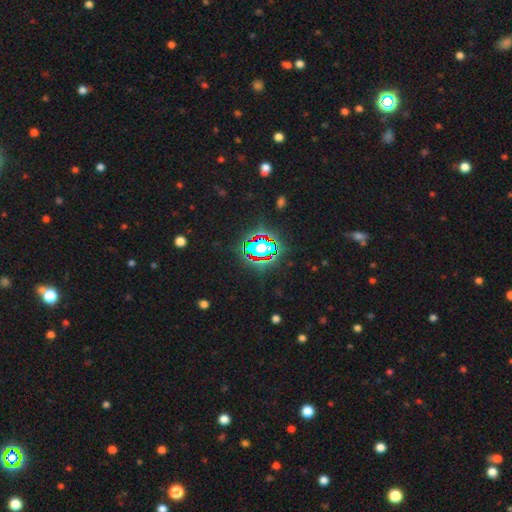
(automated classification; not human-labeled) Overall: star or artifact (75%).